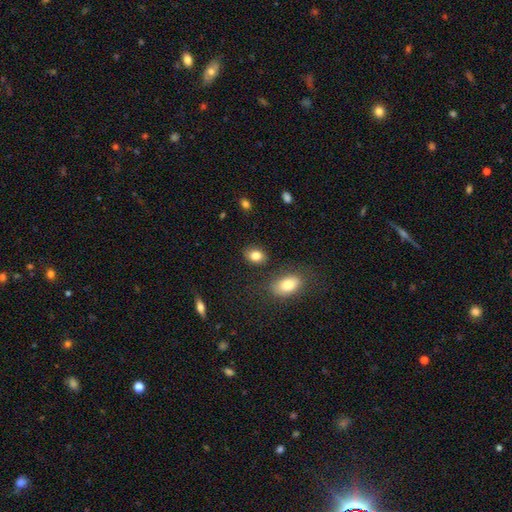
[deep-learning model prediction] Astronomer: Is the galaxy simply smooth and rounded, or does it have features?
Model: smooth — 83%.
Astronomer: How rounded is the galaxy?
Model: in between — 73%.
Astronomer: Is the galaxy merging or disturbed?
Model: none — 80%.